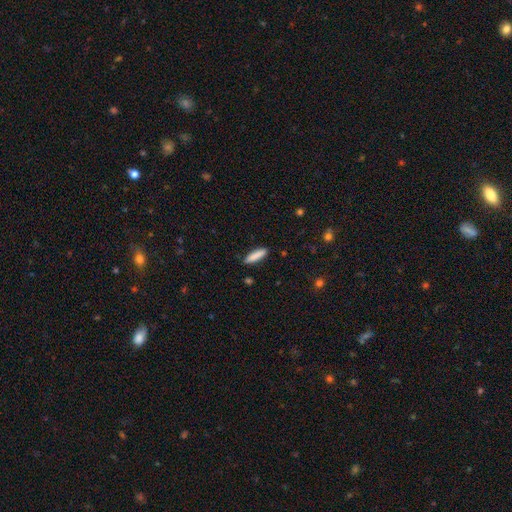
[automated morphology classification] Smooth or featured?
  - smooth: 86% *
  - featured or disk: 8%
  - star or artifact: 7%
How rounded?
  - cigar-shaped: 76% *
  - in between: 22%
  - round: 1%
Merging?
  - none: 88% *
  - minor disturbance: 9%
  - major disturbance: 2%
  - merger: 1%